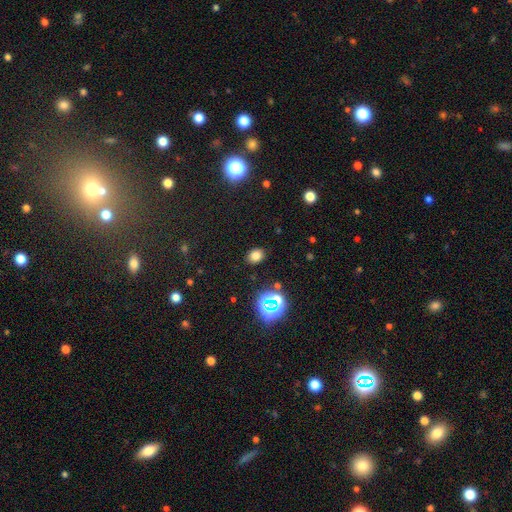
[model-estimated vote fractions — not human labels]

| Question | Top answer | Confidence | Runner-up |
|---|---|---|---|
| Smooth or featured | smooth | 74% | star or artifact (20%) |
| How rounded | in between | 57% | round (42%) |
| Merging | none | 87% | minor disturbance (9%) |